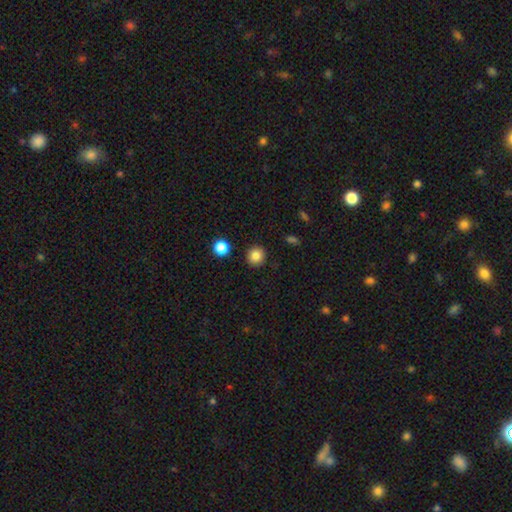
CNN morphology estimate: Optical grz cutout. It shows a smooth galaxy with no disk features (84%) that is round (92%). Merging: none (91%).